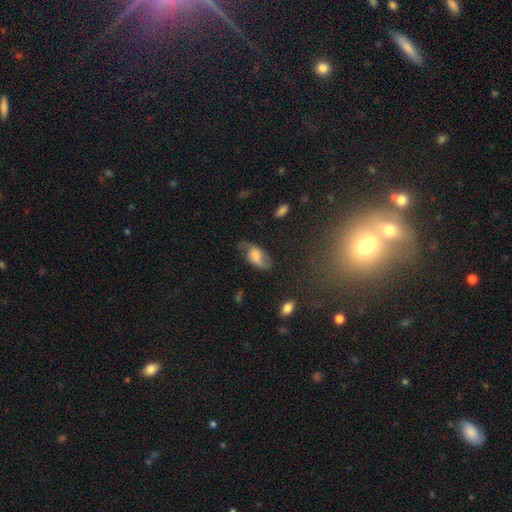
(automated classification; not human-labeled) A smooth galaxy with no disk features (47%).

Vote fractions:
- Smooth or featured? smooth: 47% / featured or disk: 45% / star or artifact: 8%
- Merging? none: 51% / minor disturbance: 30% / major disturbance: 16% / merger: 3%